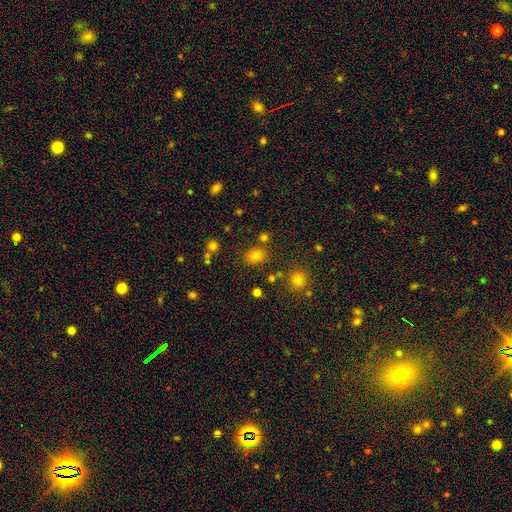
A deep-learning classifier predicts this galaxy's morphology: smooth_or_featured: smooth (p=0.77) [alt: star or artifact p=0.17]
how_rounded: round (p=0.55) [alt: in between p=0.44]
merging: none (p=0.77) [alt: minor disturbance p=0.11]